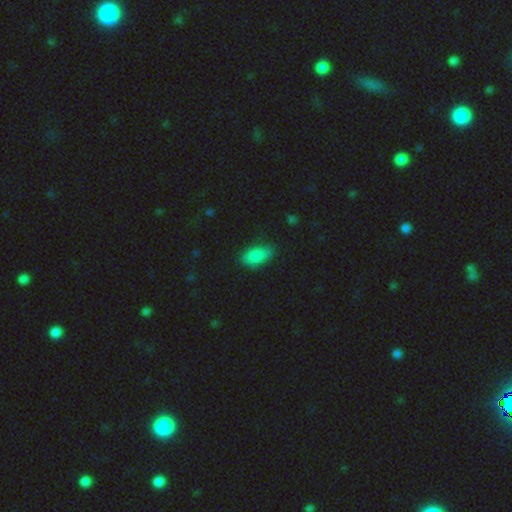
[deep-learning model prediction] smooth 84%, star or artifact 10%, featured or disk 6%. Down the decision tree: how rounded — in between (91%); merging — none (75%).